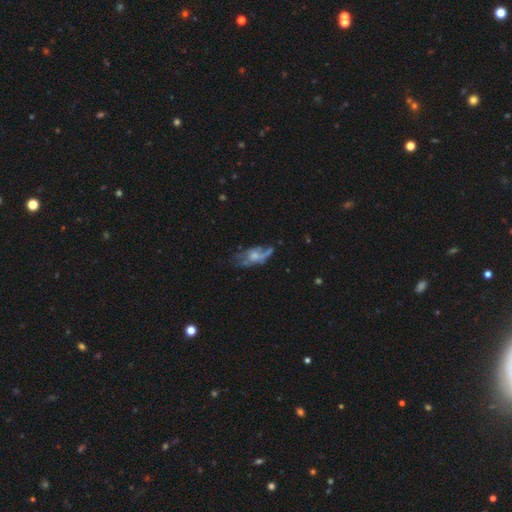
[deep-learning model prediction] Smooth or featured?
  - featured or disk: 57% *
  - smooth: 33%
  - star or artifact: 9%
Edge-on disk?
  - no: 88% *
  - yes: 12%
Bar?
  - no: 80% *
  - weak: 17%
  - strong: 3%
Spiral arms?
  - no: 53% *
  - yes: 47%
Bulge size?
  - moderate: 39% *
  - small: 33%
  - none: 17%
  - large: 9%
  - dominant: 2%
Merging?
  - none: 35% *
  - major disturbance: 34%
  - minor disturbance: 24%
  - merger: 6%